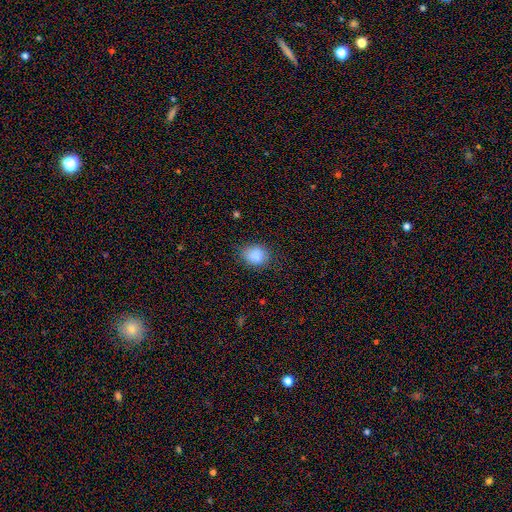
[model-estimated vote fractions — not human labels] Smooth or featured? Predicted: smooth (p=0.85). How rounded? Predicted: round (p=0.52). Merging? Predicted: none (p=0.75).